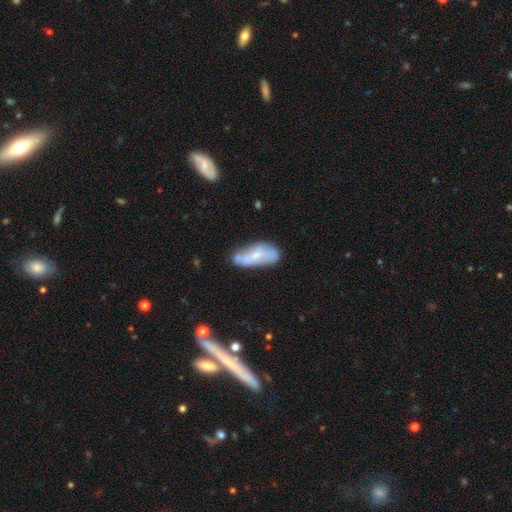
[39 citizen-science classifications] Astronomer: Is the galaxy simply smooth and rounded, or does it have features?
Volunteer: featured or disk — 56% (runner-up: smooth, 36%).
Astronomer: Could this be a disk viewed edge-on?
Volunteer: no — 77%.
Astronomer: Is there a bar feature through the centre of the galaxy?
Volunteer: no — 59% (runner-up: weak, 35%).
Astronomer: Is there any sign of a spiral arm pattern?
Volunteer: no — 59% (runner-up: yes, 41%).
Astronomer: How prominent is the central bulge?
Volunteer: small — 59% (runner-up: moderate, 35%).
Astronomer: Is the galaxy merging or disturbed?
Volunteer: none — 39% (runner-up: minor disturbance, 28%).